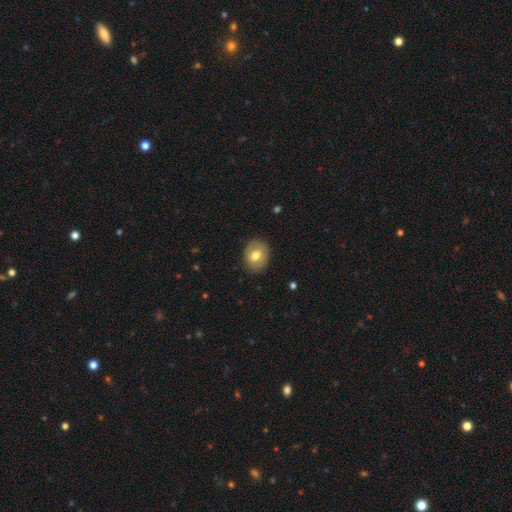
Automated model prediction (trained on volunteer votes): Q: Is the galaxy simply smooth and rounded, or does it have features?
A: smooth — 73%.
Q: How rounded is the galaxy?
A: in between — 54%.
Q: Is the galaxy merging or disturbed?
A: none — 87%.